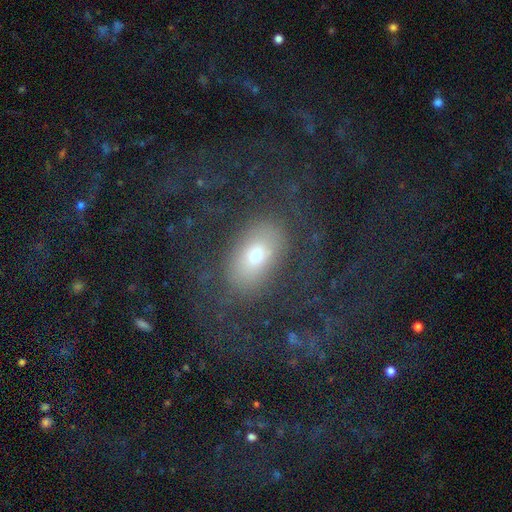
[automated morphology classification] Smooth or featured: smooth — 54% (featured or disk — 32%)
How rounded: in between — 82% (round — 16%)
Merging: none — 62% (major disturbance — 21%)